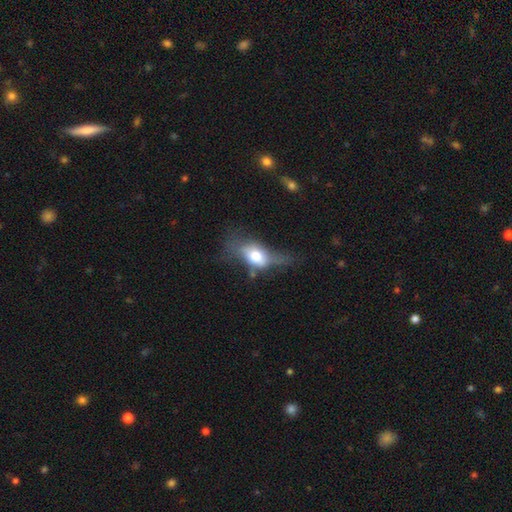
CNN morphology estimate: Smooth or featured?
  - smooth: 56% *
  - featured or disk: 35%
  - star or artifact: 9%
How rounded?
  - in between: 77% *
  - round: 14%
  - cigar-shaped: 9%
Merging?
  - major disturbance: 33% *
  - none: 32%
  - minor disturbance: 28%
  - merger: 7%